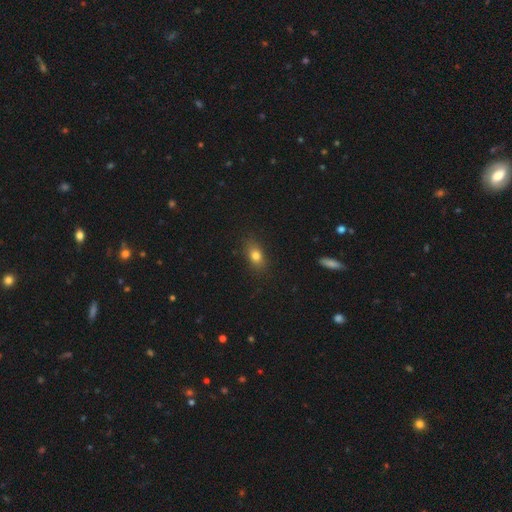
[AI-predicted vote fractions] Q: Smooth or featured?
A: smooth (78%); runner-up: star or artifact (11%)
Q: How rounded?
A: in between (73%); runner-up: round (22%)
Q: Merging?
A: none (83%); runner-up: minor disturbance (12%)